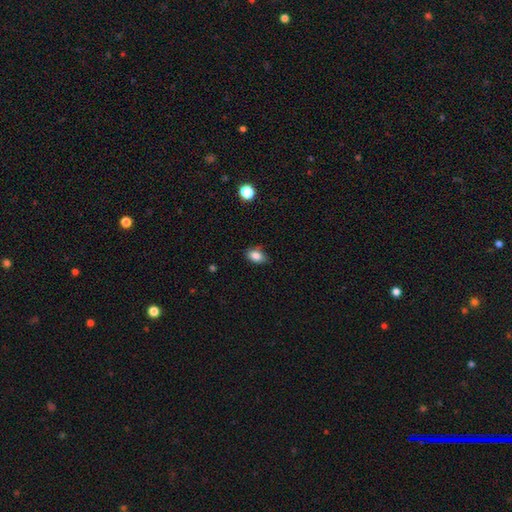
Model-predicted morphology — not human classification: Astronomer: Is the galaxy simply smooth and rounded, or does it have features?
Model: smooth — 85%.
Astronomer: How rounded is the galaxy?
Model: in between — 81%.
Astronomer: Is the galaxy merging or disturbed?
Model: none — 74%.